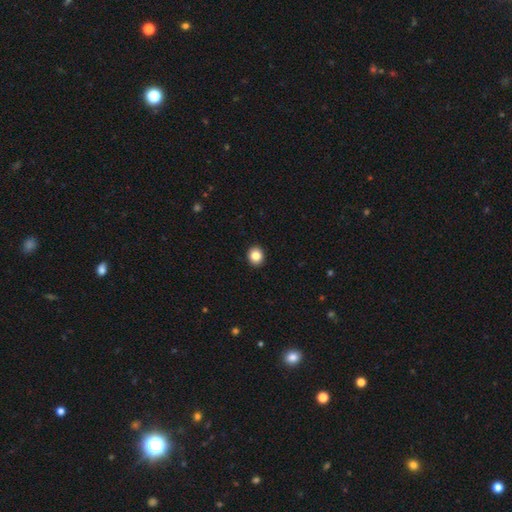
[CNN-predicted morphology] Smooth or featured?
  - smooth: 85% *
  - star or artifact: 10%
  - featured or disk: 5%
How rounded?
  - round: 77% *
  - in between: 22%
  - cigar-shaped: 1%
Merging?
  - none: 93% *
  - minor disturbance: 5%
  - major disturbance: 1%
  - merger: 1%